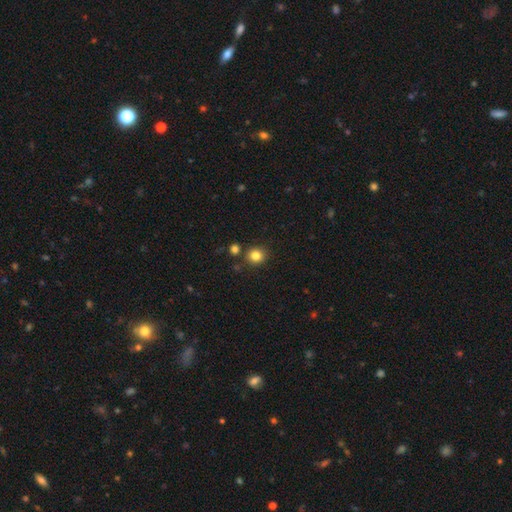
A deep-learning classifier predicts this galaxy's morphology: Smooth or featured? smooth (82%)
How rounded? round (82%)
Merging? none (83%)